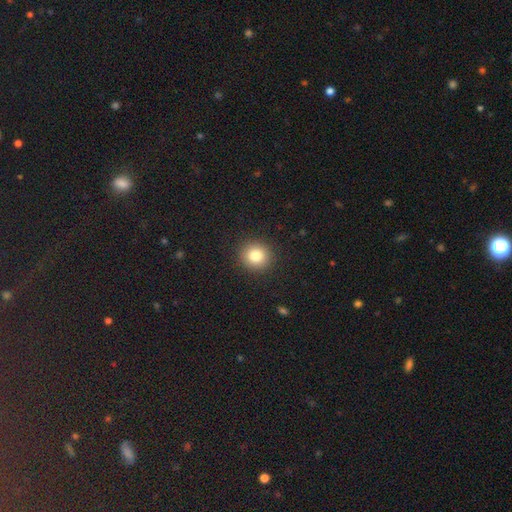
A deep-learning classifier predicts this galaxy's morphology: Smooth or featured? smooth (82%)
How rounded? round (91%)
Merging? none (91%)